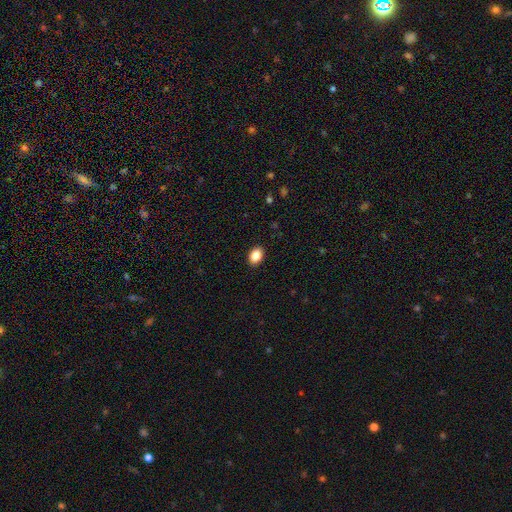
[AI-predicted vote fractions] smooth-or-featured: smooth: 86% | star or artifact: 9% | featured or disk: 5%
  how-rounded: in between: 76% | round: 23% | cigar-shaped: 1%
  merging: none: 90% | minor disturbance: 7% | major disturbance: 2% | merger: 1%